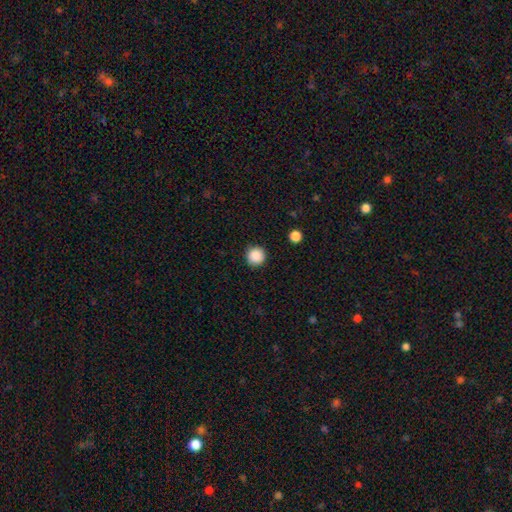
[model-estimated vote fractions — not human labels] smooth 88%, star or artifact 9%, featured or disk 2%. Down the decision tree: how rounded — round (96%); merging — none (92%).